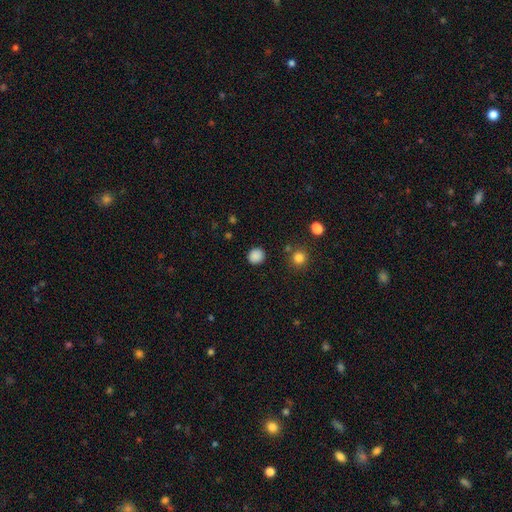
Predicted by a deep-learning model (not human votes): The model was most divided on "how rounded": round: 86%, in between: 13%, cigar-shaped: 1%. More confident: merging — none (89%); smooth or featured — smooth (86%).